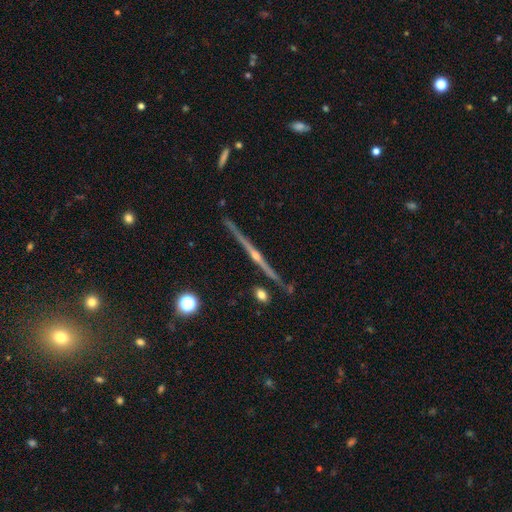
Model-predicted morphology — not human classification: type=featured or disk (83%); edge-on=yes (98%); edge-on bulge=rounded (83%); merging=none (89%).